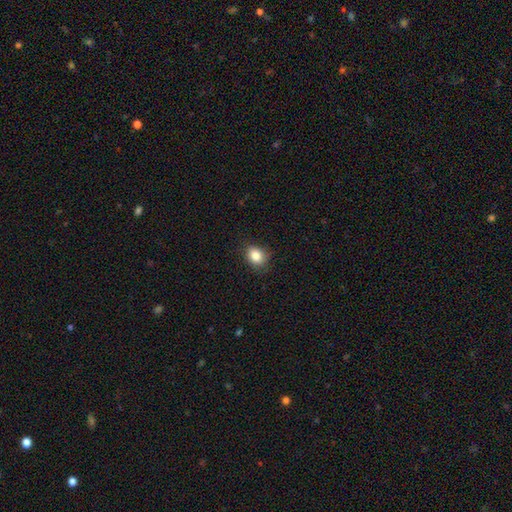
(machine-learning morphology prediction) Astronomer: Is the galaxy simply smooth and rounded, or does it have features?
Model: smooth — 85%.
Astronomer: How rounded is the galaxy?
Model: in between — 56% (runner-up: round, 43%).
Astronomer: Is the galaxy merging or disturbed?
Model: none — 80%.